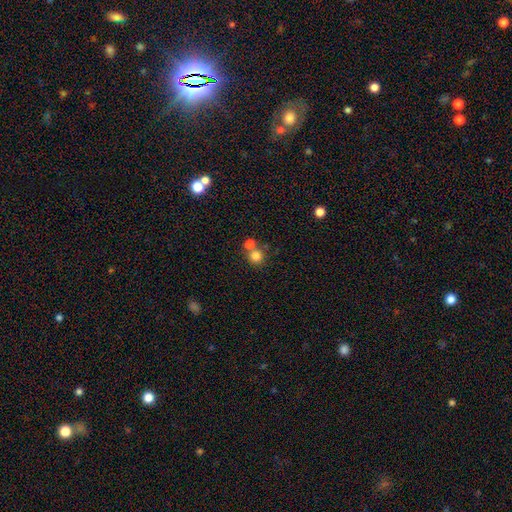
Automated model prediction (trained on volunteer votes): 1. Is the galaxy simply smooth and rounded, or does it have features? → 80% smooth, 12% star or artifact, 8% featured or disk.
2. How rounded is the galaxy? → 92% round, 8% in between, 1% cigar-shaped.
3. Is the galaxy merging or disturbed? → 60% none, 31% merger, 7% minor disturbance, 3% major disturbance.